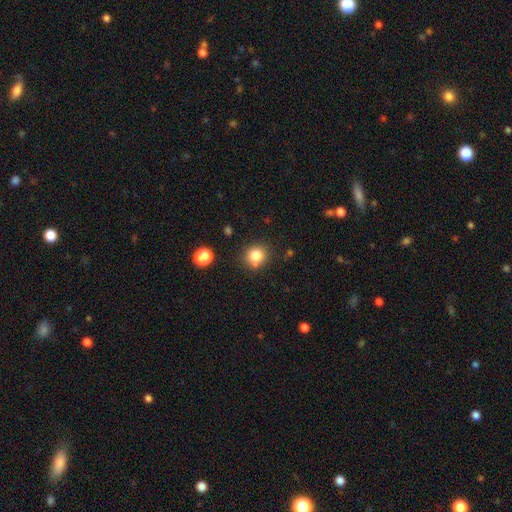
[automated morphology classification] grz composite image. It shows a smooth galaxy with no disk features (81%) that is round (88%). Merging: none (77%).